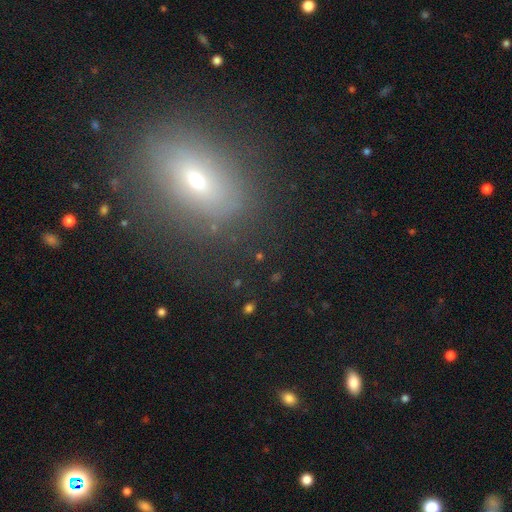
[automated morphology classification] Smooth or featured?
  - smooth: 51% *
  - star or artifact: 27%
  - featured or disk: 23%
How rounded?
  - in between: 65% *
  - round: 29%
  - cigar-shaped: 7%
Merging?
  - none: 83% *
  - minor disturbance: 10%
  - major disturbance: 5%
  - merger: 2%